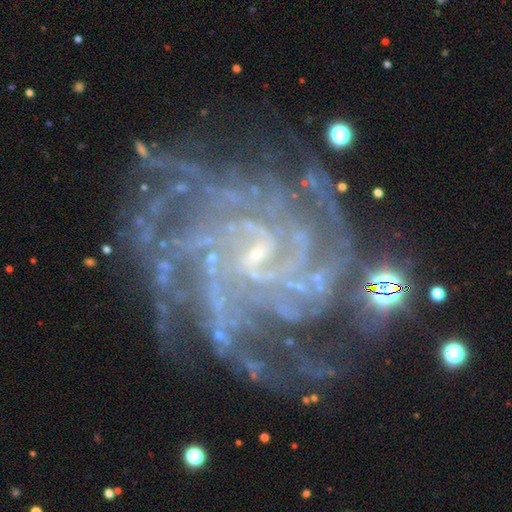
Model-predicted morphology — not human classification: Smooth or featured: featured or disk — 89% (star or artifact — 8%)
Edge-on disk: no — 98% (yes — 2%)
Bar: no — 47% (weak — 40%)
Spiral arms: yes — 98% (no — 2%)
Spiral winding: tight — 69% (medium — 26%)
Spiral arm count: more than 4 — 28% (4 — 23%)
Bulge size: small — 80% (none — 9%)
Merging: none — 72% (minor disturbance — 17%)